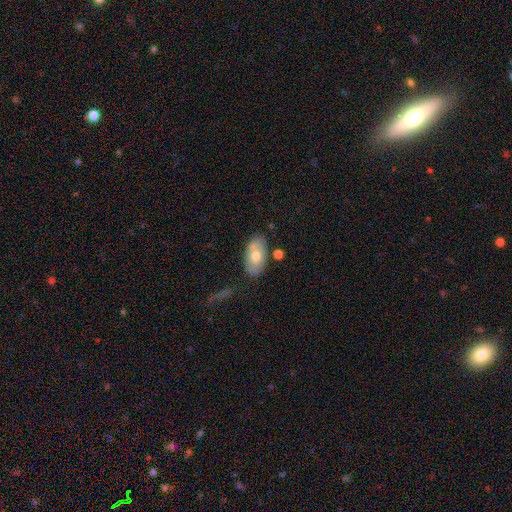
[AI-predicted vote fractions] This appears to be a smooth galaxy with no disk features (62%) that is in between round and cigar-shaped (92%). Merging: none (75%).